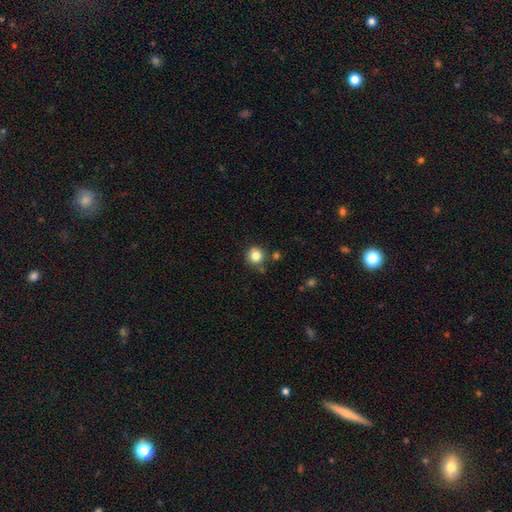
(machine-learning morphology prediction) The model was most divided on "merging": none: 77%, minor disturbance: 14%, merger: 6%, major disturbance: 4%. More confident: how rounded — round (90%); smooth or featured — smooth (83%).